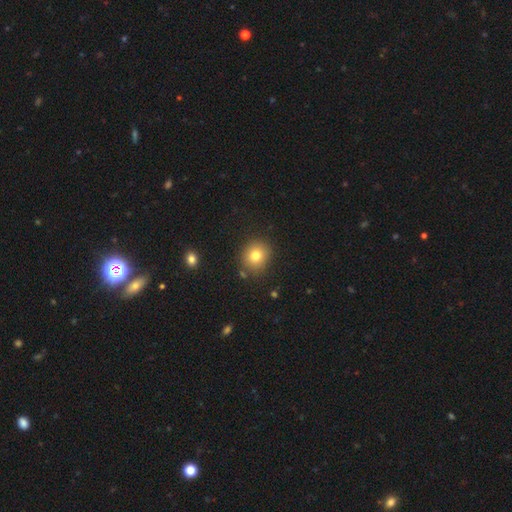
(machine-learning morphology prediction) Smooth or featured: smooth — 78% (star or artifact — 12%)
How rounded: round — 79% (in between — 20%)
Merging: none — 85% (minor disturbance — 9%)